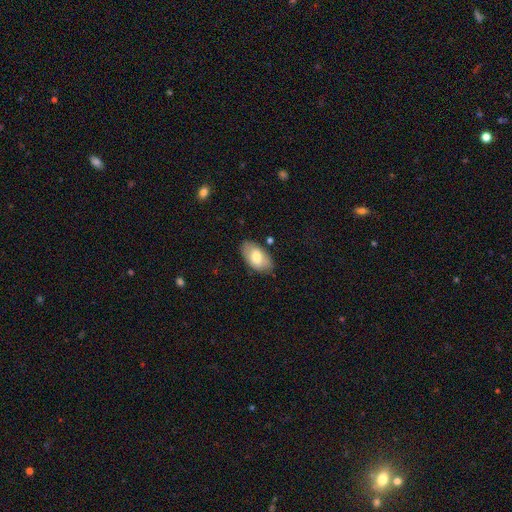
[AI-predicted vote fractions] Q: Smooth or featured?
A: smooth (71%); runner-up: featured or disk (23%)
Q: How rounded?
A: in between (94%); runner-up: round (4%)
Q: Merging?
A: none (78%); runner-up: minor disturbance (16%)